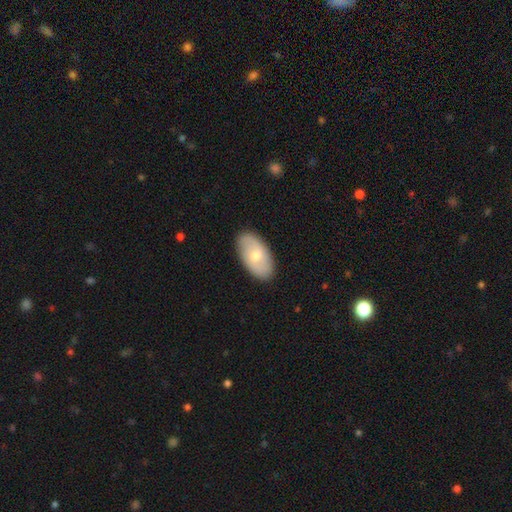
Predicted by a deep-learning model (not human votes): Q: Smooth or featured?
A: smooth (59%); runner-up: featured or disk (36%)
Q: How rounded?
A: in between (94%); runner-up: round (4%)
Q: Merging?
A: none (87%); runner-up: minor disturbance (9%)